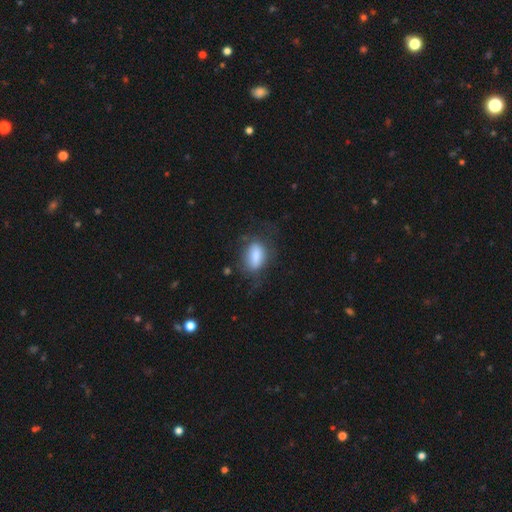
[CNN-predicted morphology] Smooth or featured?
  - smooth: 75% *
  - featured or disk: 17%
  - star or artifact: 8%
How rounded?
  - in between: 84% *
  - round: 9%
  - cigar-shaped: 7%
Merging?
  - none: 53% *
  - minor disturbance: 25%
  - major disturbance: 19%
  - merger: 3%